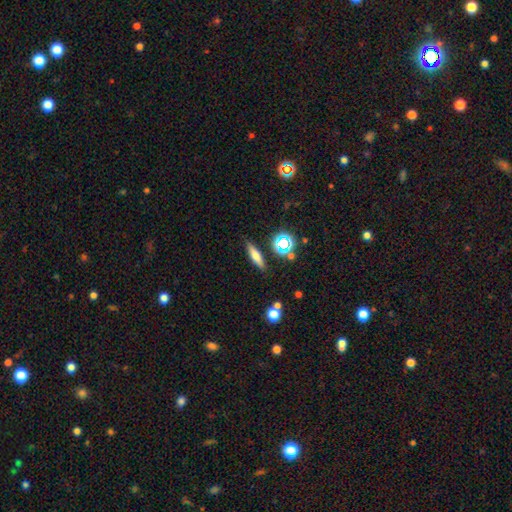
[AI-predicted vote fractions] Morphology: type=smooth (58%); roundness=cigar-shaped (69%); merging=none (85%).